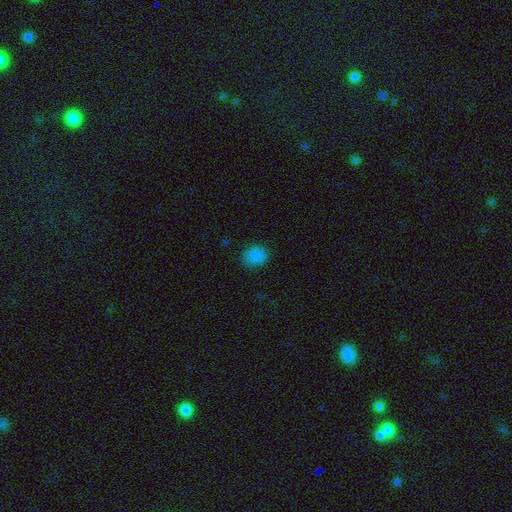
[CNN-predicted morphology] Overall: smooth (84%). How rounded: round (52%; in between 47%). Merging: none (84%).